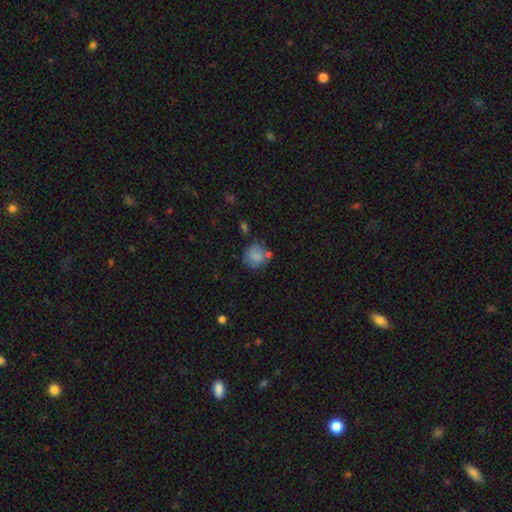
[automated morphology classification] Smooth or featured: smooth — 82% (featured or disk — 10%)
How rounded: round — 88% (in between — 11%)
Merging: none — 66% (minor disturbance — 17%)